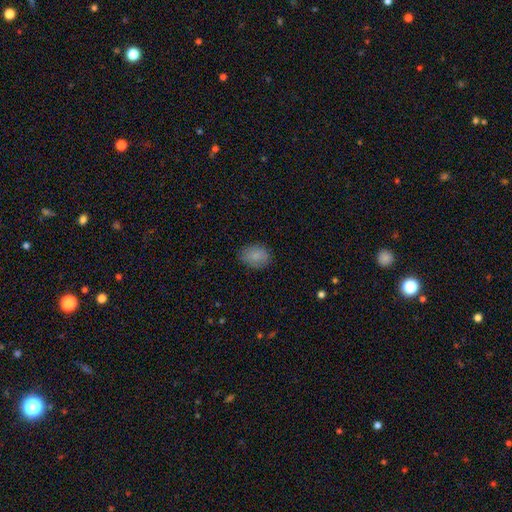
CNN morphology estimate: This appears to be a smooth galaxy with no disk features (86%) that is in between round and cigar-shaped (59%). Merging: none (83%).